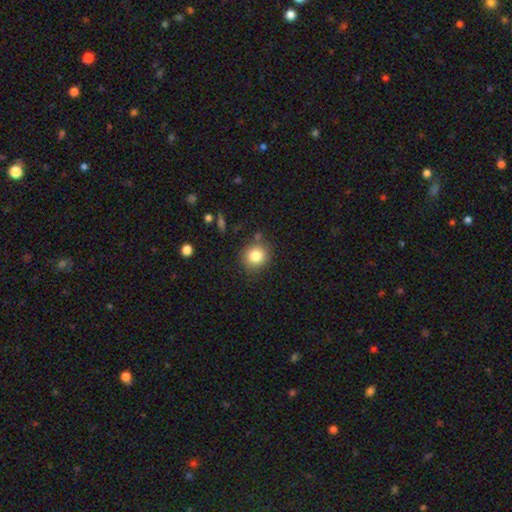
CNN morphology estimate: Smooth or featured: smooth — 82% (star or artifact — 10%)
How rounded: round — 86% (in between — 13%)
Merging: none — 82% (minor disturbance — 11%)